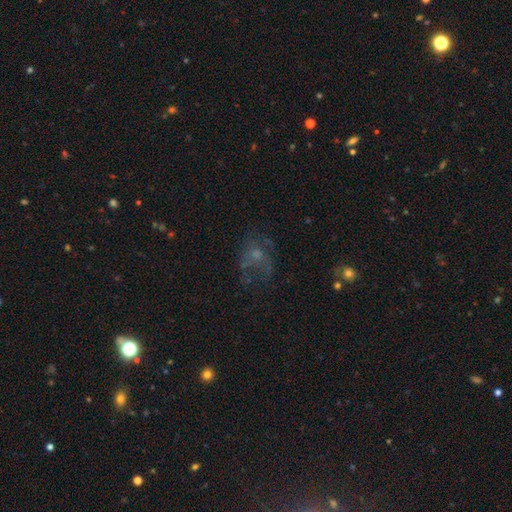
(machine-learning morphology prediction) Smooth or featured?
  - featured or disk: 41% *
  - smooth: 37%
  - star or artifact: 21%
Merging?
  - none: 41% *
  - major disturbance: 35%
  - minor disturbance: 20%
  - merger: 4%